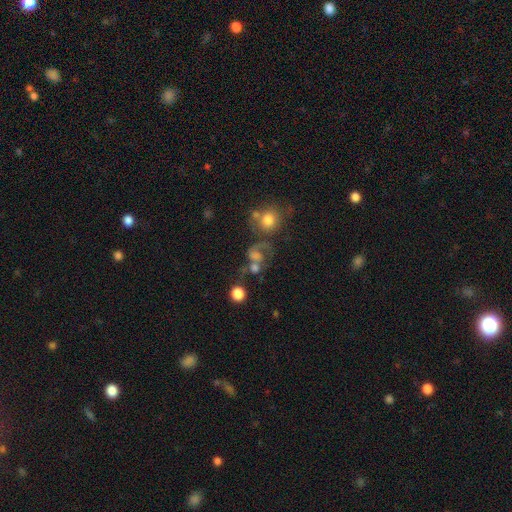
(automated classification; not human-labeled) The model was most divided on "smooth or featured": smooth: 43%, featured or disk: 38%, star or artifact: 20%. Remaining: merging — merger (35%).